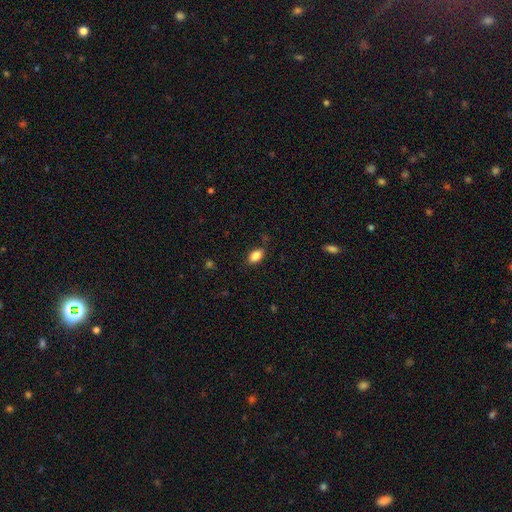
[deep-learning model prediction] Overall: smooth (86%). How rounded: in between (89%). Merging: none (83%).